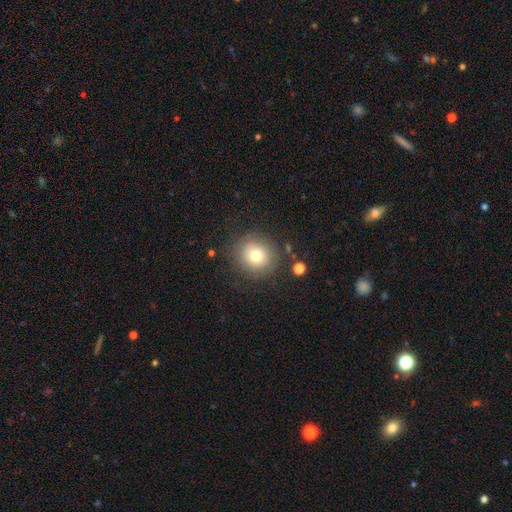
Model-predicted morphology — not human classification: A smooth galaxy with no disk features (74%) that is round (90%). Merging: none (83%).